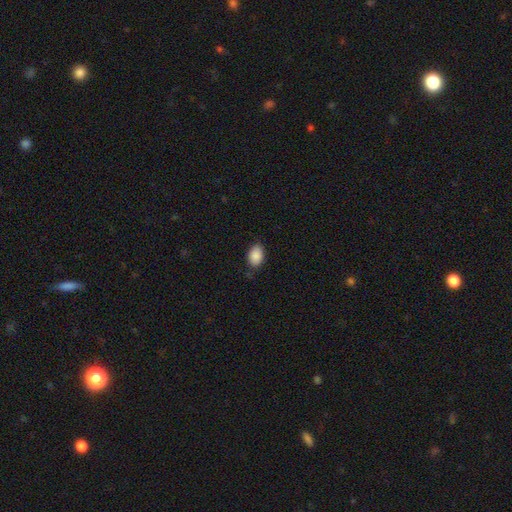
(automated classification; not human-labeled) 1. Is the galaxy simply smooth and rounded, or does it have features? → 89% smooth, 7% star or artifact, 4% featured or disk.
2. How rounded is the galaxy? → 87% in between, 12% round, 1% cigar-shaped.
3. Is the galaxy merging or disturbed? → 80% none, 16% minor disturbance, 3% major disturbance, 1% merger.